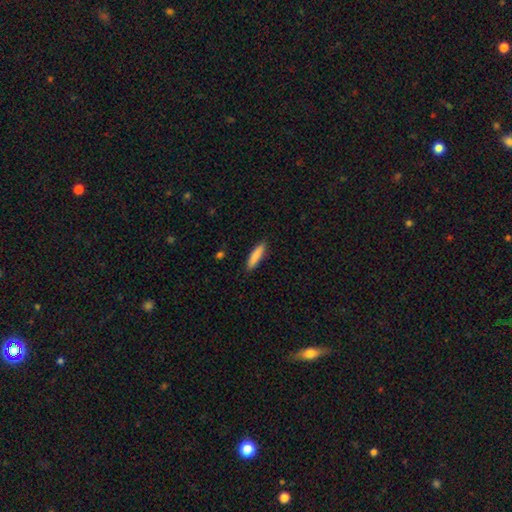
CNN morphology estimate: Smooth or featured? Predicted: smooth (p=0.86). How rounded? Predicted: cigar-shaped (p=0.76). Merging? Predicted: none (p=0.89).